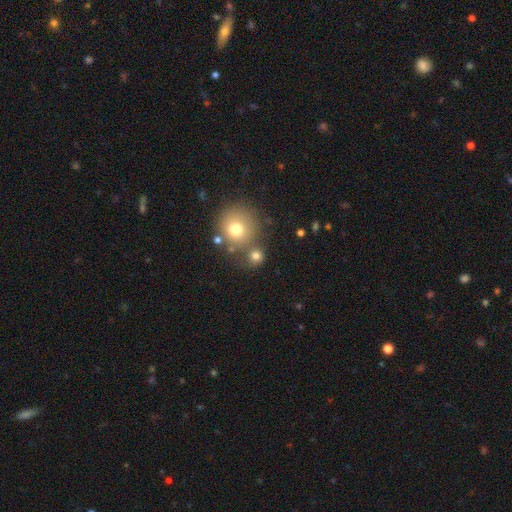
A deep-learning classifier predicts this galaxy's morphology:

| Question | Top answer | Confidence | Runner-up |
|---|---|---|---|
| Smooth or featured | smooth | 76% | star or artifact (14%) |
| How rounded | round | 86% | in between (13%) |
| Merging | none | 57% | merger (26%) |